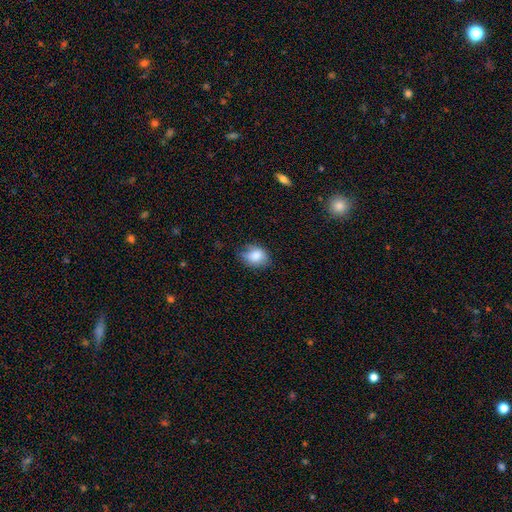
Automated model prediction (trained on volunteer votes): This appears to be a smooth galaxy with no disk features (83%) that is in between round and cigar-shaped (61%). Merging: none (62%).